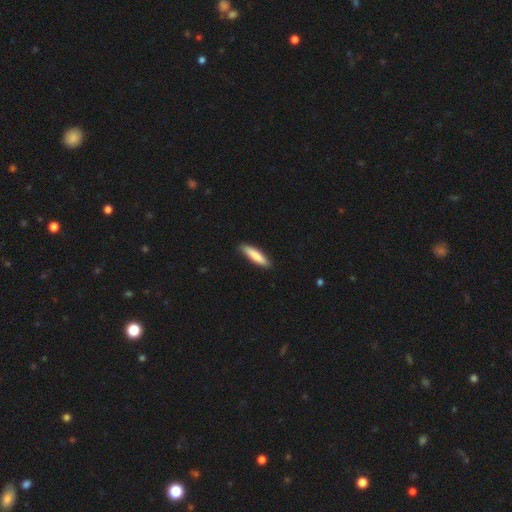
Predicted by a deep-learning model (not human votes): A smooth galaxy with no disk features (83%) that is cigar-shaped (78%).

Vote fractions:
- Smooth or featured? smooth: 83% / featured or disk: 12% / star or artifact: 5%
- How rounded? cigar-shaped: 78% / in between: 21% / round: 1%
- Merging? none: 87% / minor disturbance: 10% / major disturbance: 2% / merger: 1%